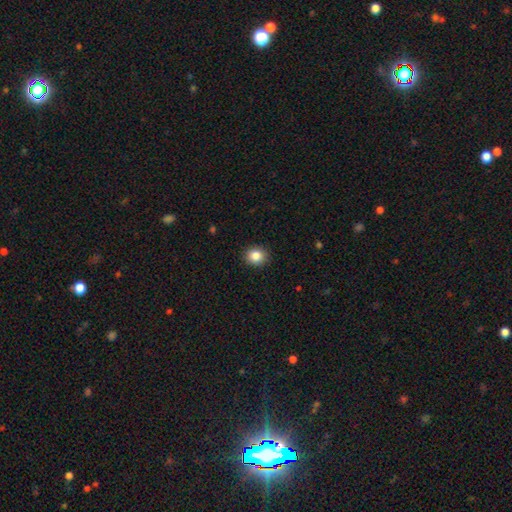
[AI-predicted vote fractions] Q: Smooth or featured?
A: smooth (86%); runner-up: star or artifact (10%)
Q: How rounded?
A: round (74%); runner-up: in between (25%)
Q: Merging?
A: none (90%); runner-up: minor disturbance (7%)